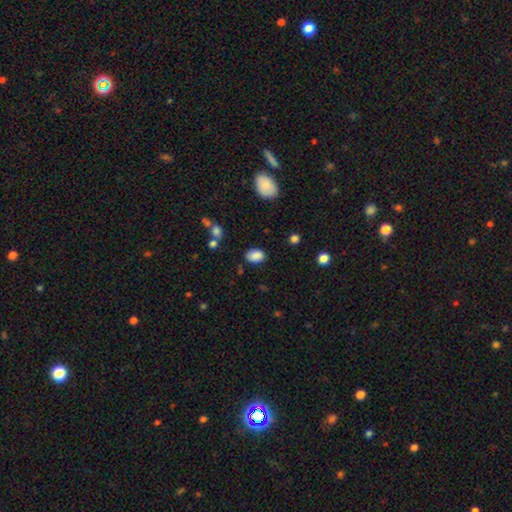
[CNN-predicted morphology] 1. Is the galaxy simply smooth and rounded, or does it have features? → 87% smooth, 9% star or artifact, 5% featured or disk.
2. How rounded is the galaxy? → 82% in between, 17% round, 1% cigar-shaped.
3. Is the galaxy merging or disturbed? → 80% none, 14% minor disturbance, 3% major disturbance, 2% merger.